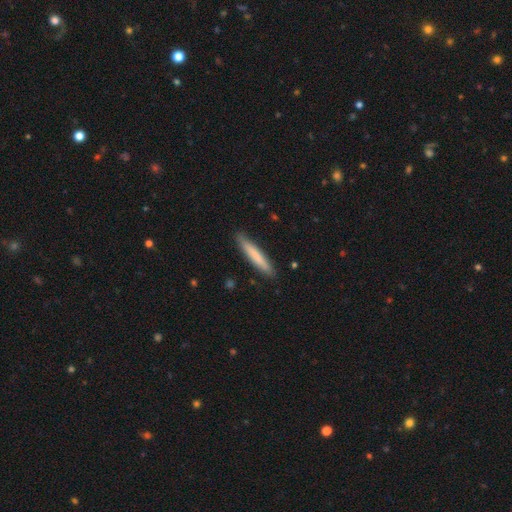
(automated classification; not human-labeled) This is likely a smooth galaxy (76%). How rounded: clearly cigar-shaped (94%). Merging: clearly none (88%).